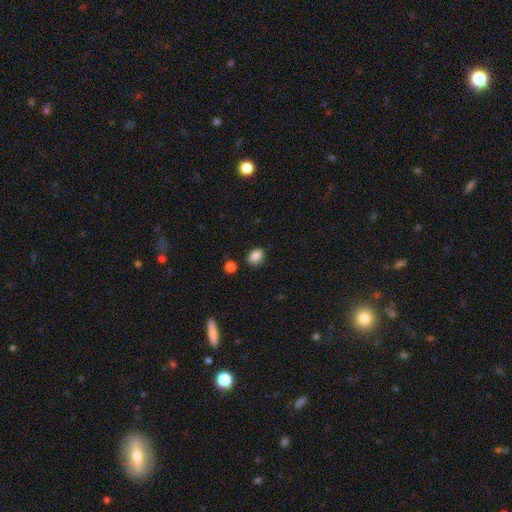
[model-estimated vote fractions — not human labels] Smooth or featured? Predicted: smooth (p=0.86). How rounded? Predicted: in between (p=0.72). Merging? Predicted: none (p=0.83).